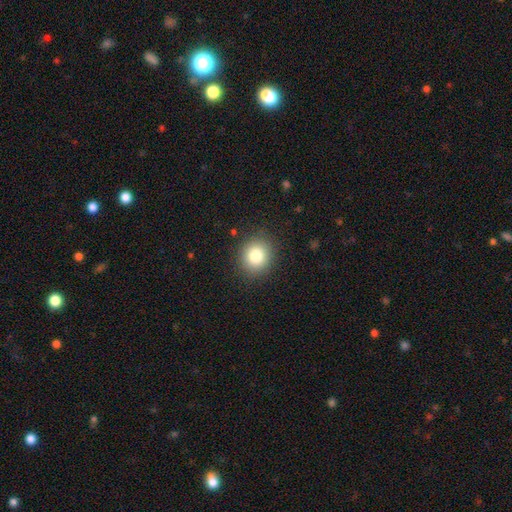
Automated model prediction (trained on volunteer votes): This appears to be a smooth galaxy with no disk features (80%) that is round (82%). Merging: none (89%).